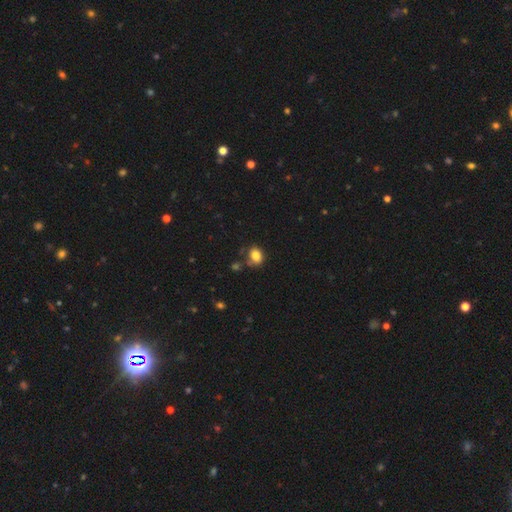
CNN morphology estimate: type=smooth (83%); roundness=in between (65%); merging=none (66%).